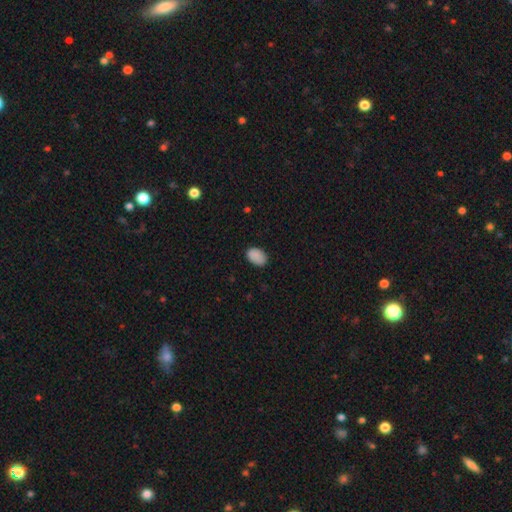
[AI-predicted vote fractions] This appears to be a smooth galaxy with no disk features (88%) that is in between round and cigar-shaped (85%). Merging: none (83%).